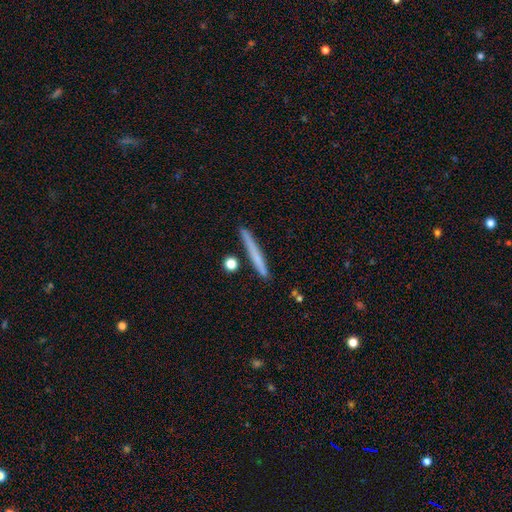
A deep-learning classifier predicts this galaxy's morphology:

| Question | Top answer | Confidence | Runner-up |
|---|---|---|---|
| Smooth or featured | smooth | 63% | featured or disk (30%) |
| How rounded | cigar-shaped | 96% | in between (2%) |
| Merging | none | 87% | minor disturbance (8%) |